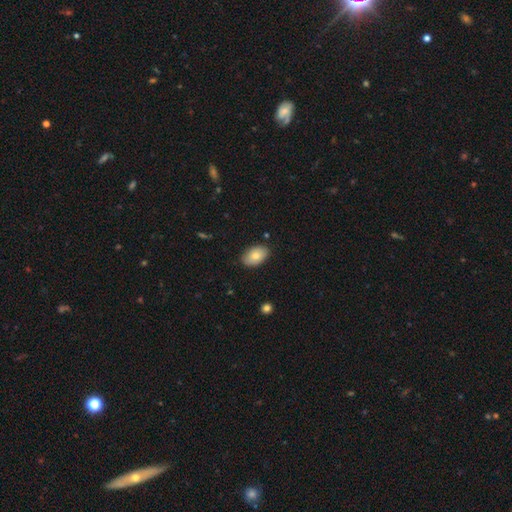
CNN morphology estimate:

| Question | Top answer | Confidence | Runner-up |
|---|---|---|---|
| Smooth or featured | smooth | 79% | featured or disk (14%) |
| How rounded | in between | 91% | round (8%) |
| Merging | none | 85% | minor disturbance (12%) |